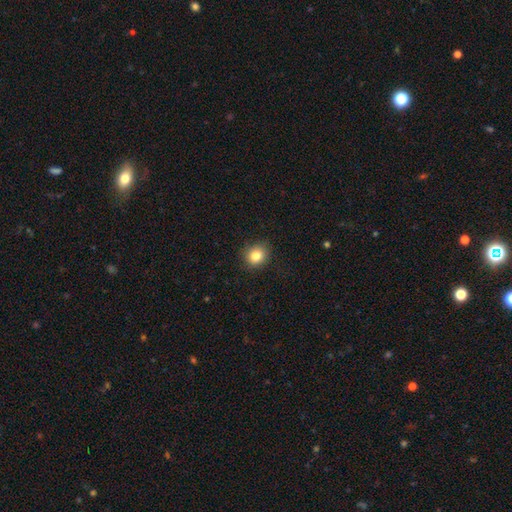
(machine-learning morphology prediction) The model was most divided on "how rounded": round: 79%, in between: 20%, cigar-shaped: 1%. More confident: merging — none (88%); smooth or featured — smooth (82%).